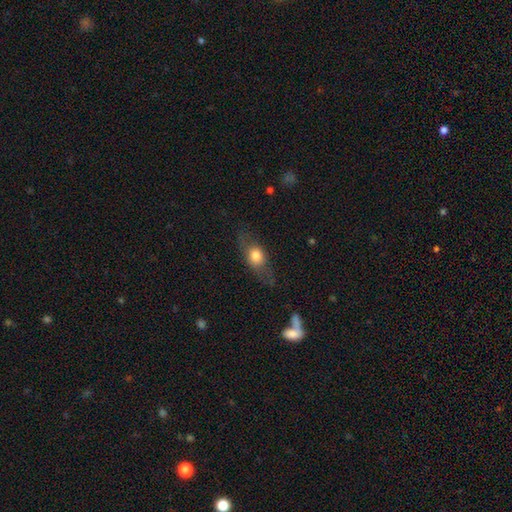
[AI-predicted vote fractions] Morphology: type=smooth (62%); roundness=in between (56%); merging=none (71%).